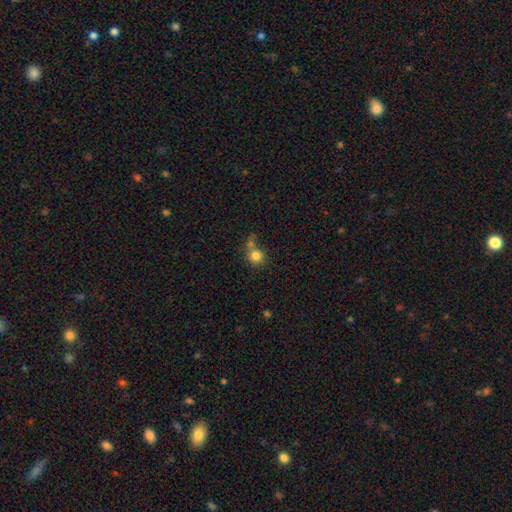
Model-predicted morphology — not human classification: smooth-or-featured: smooth: 81% | star or artifact: 11% | featured or disk: 8%
  how-rounded: round: 88% | in between: 11% | cigar-shaped: 1%
  merging: none: 55% | merger: 28% | minor disturbance: 11% | major disturbance: 5%